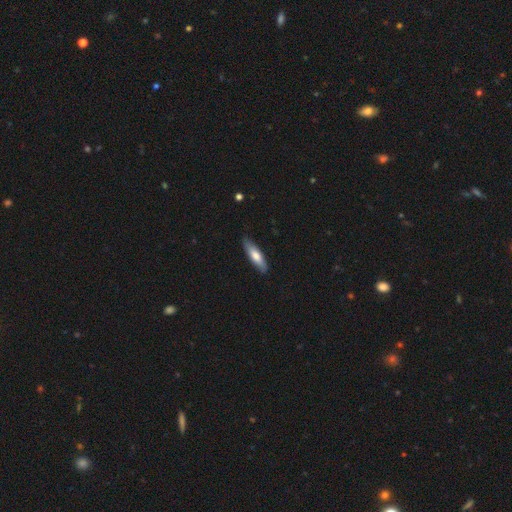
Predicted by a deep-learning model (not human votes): Smooth or featured?
  - smooth: 68% *
  - featured or disk: 27%
  - star or artifact: 5%
How rounded?
  - cigar-shaped: 61% *
  - in between: 37%
  - round: 2%
Merging?
  - none: 81% *
  - minor disturbance: 15%
  - major disturbance: 2%
  - merger: 1%